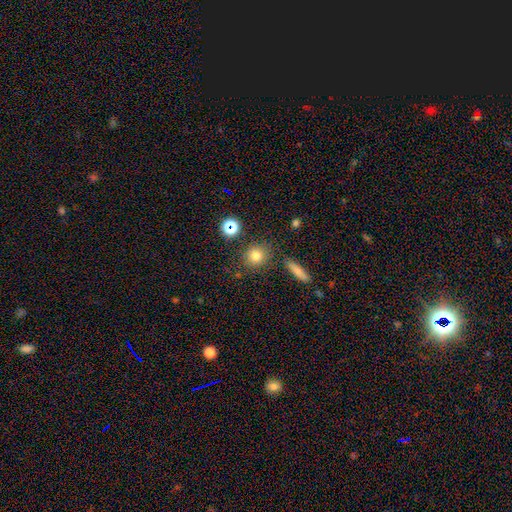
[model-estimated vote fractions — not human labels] smooth_or_featured: smooth (p=0.77) [alt: star or artifact p=0.14]
how_rounded: round (p=0.82) [alt: in between p=0.16]
merging: none (p=0.83) [alt: minor disturbance p=0.09]